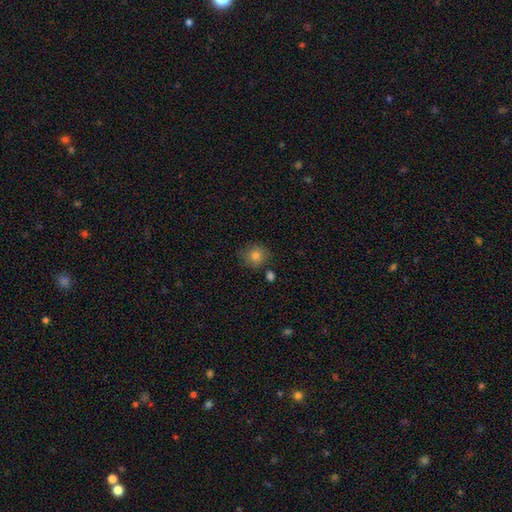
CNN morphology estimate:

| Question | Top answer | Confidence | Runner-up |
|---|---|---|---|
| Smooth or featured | smooth | 82% | star or artifact (11%) |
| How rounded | round | 86% | in between (13%) |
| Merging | none | 79% | minor disturbance (13%) |